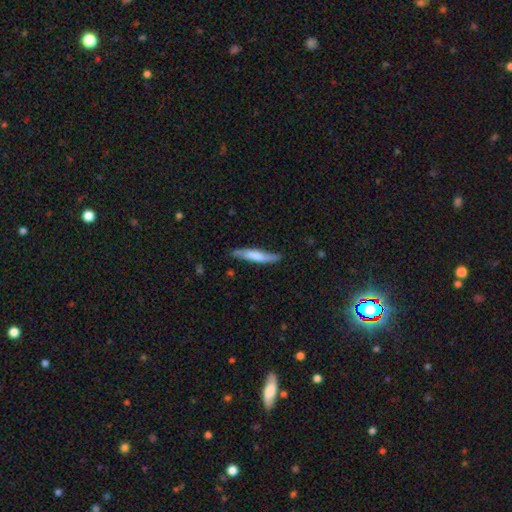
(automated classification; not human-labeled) smooth-or-featured: smooth: 62% | featured or disk: 33% | star or artifact: 5%
  how-rounded: cigar-shaped: 89% | in between: 10% | round: 1%
  merging: none: 74% | minor disturbance: 20% | major disturbance: 4% | merger: 2%